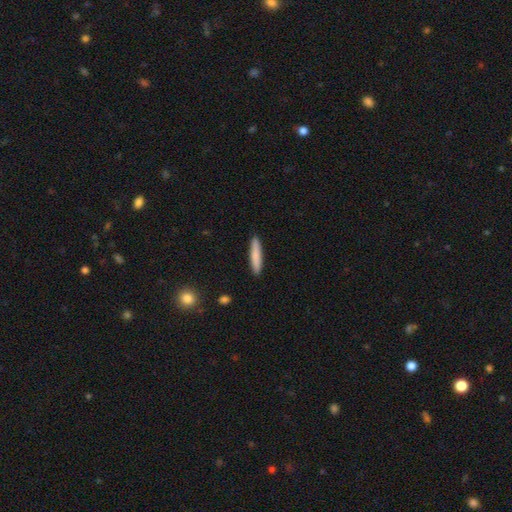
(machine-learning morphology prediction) This is clearly a smooth galaxy (82%). How rounded: clearly cigar-shaped (90%). Merging: clearly none (91%).